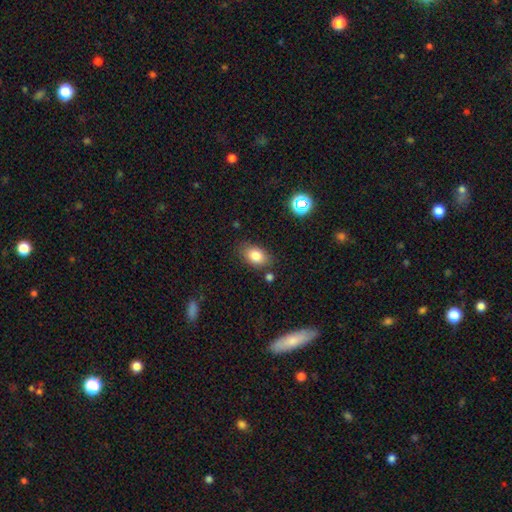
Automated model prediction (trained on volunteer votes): Morphology: type=smooth (83%); roundness=in between (85%); merging=none (77%).